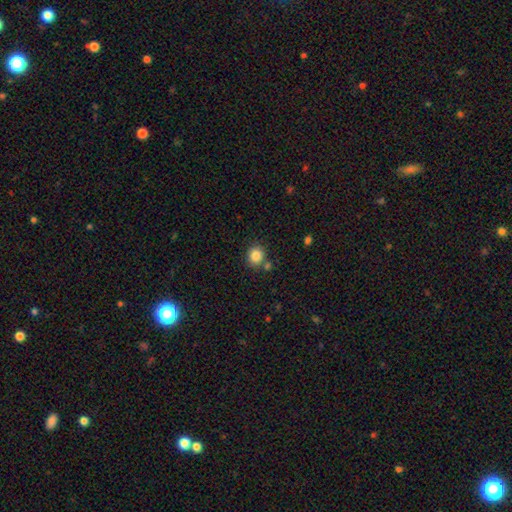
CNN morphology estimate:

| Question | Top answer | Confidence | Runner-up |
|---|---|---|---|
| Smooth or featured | smooth | 85% | star or artifact (10%) |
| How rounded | round | 83% | in between (16%) |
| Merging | none | 76% | merger (11%) |